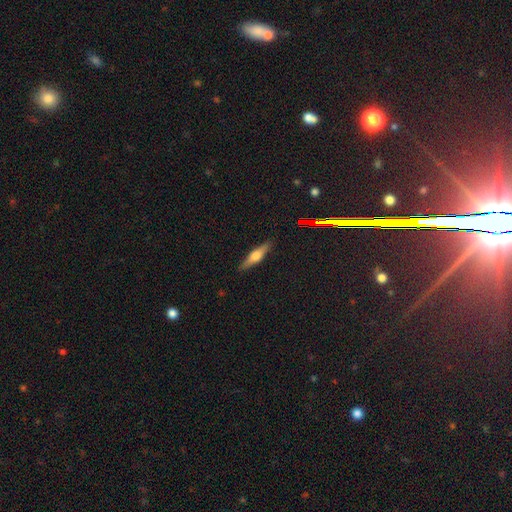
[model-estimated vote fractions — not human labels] Smooth or featured? Predicted: featured or disk (p=0.56). Edge-on disk? Predicted: yes (p=0.95). Edge-on bulge? Predicted: rounded (p=0.89). Merging? Predicted: none (p=0.90).